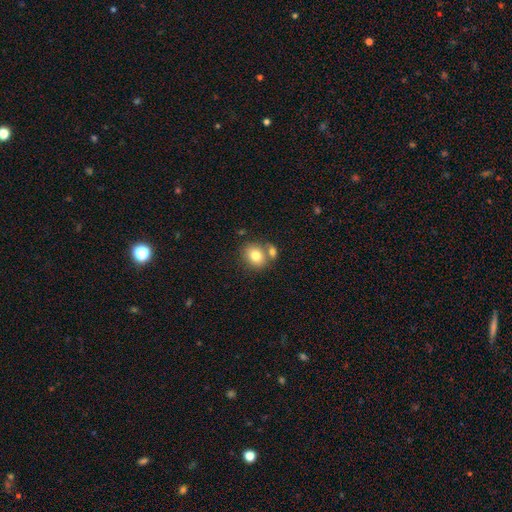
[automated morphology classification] Smooth or featured?
  - smooth: 79% *
  - featured or disk: 12%
  - star or artifact: 9%
How rounded?
  - round: 59% *
  - in between: 40%
  - cigar-shaped: 1%
Merging?
  - none: 53% *
  - merger: 33%
  - minor disturbance: 10%
  - major disturbance: 3%